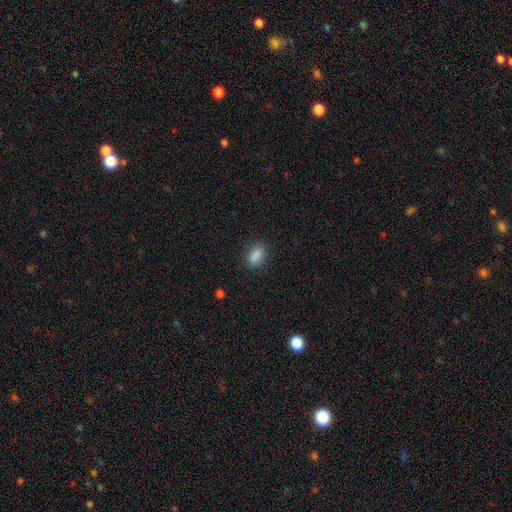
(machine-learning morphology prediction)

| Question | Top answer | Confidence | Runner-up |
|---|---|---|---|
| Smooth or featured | smooth | 88% | star or artifact (9%) |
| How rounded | in between | 87% | round (7%) |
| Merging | none | 85% | minor disturbance (11%) |